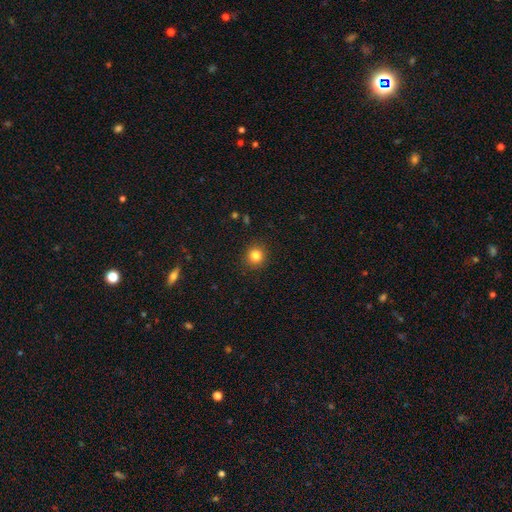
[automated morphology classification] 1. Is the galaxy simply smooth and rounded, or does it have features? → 83% smooth, 12% star or artifact, 5% featured or disk.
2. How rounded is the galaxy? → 92% round, 7% in between, 1% cigar-shaped.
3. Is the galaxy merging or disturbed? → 91% none, 6% minor disturbance, 2% major disturbance, 1% merger.